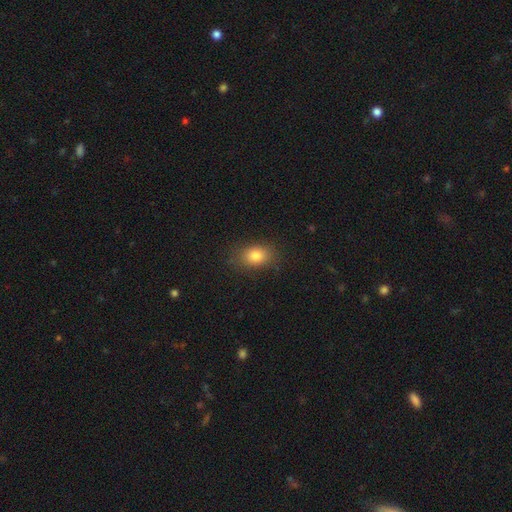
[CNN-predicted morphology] smooth-or-featured: smooth: 81% | star or artifact: 11% | featured or disk: 8%
  how-rounded: in between: 73% | round: 25% | cigar-shaped: 2%
  merging: none: 84% | minor disturbance: 12% | major disturbance: 4% | merger: 1%